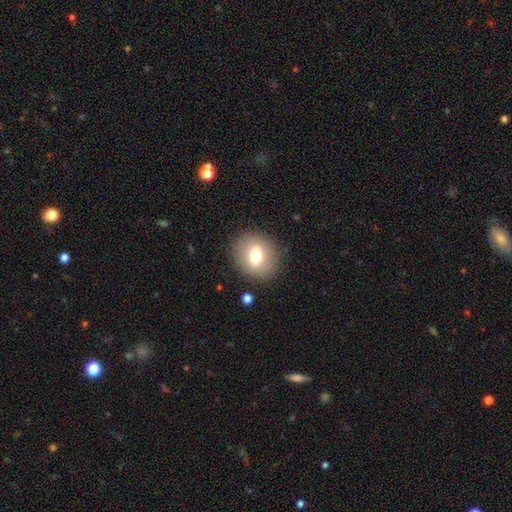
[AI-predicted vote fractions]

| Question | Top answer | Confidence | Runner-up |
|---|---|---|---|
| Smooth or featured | smooth | 68% | featured or disk (23%) |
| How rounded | round | 73% | in between (26%) |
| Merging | none | 87% | minor disturbance (8%) |